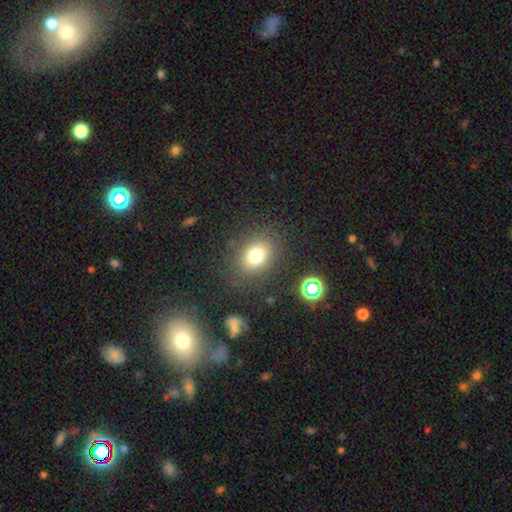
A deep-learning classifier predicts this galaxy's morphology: Smooth or featured?
  - smooth: 75% *
  - star or artifact: 15%
  - featured or disk: 11%
How rounded?
  - in between: 53% *
  - round: 46%
  - cigar-shaped: 1%
Merging?
  - none: 81% *
  - minor disturbance: 11%
  - major disturbance: 6%
  - merger: 2%